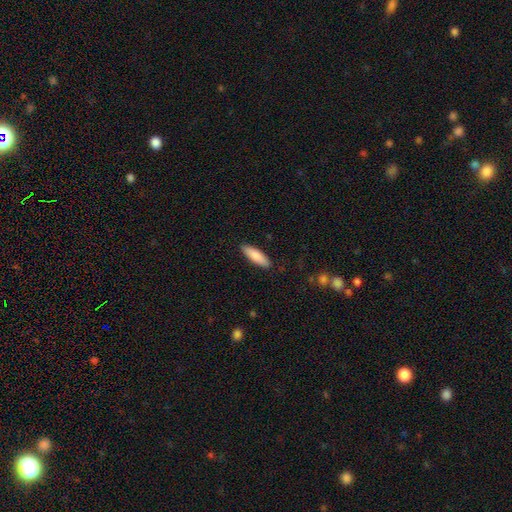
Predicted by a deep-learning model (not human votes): Q: Smooth or featured?
A: smooth (85%); runner-up: featured or disk (10%)
Q: How rounded?
A: cigar-shaped (50%); runner-up: in between (48%)
Q: Merging?
A: none (88%); runner-up: minor disturbance (9%)